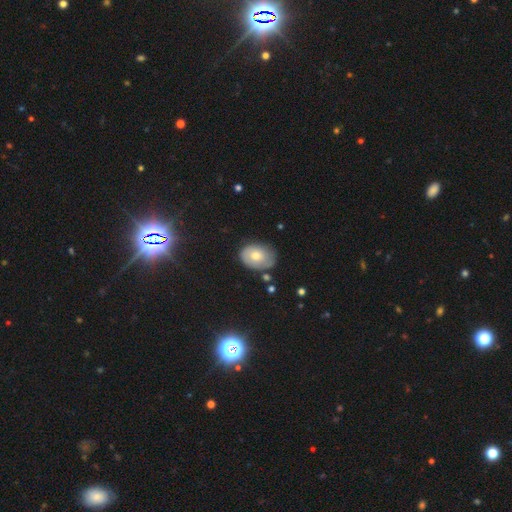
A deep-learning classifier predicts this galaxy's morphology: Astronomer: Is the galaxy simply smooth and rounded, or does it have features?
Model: smooth — 66%.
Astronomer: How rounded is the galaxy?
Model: in between — 71%.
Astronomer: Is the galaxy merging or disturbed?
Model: none — 68%.